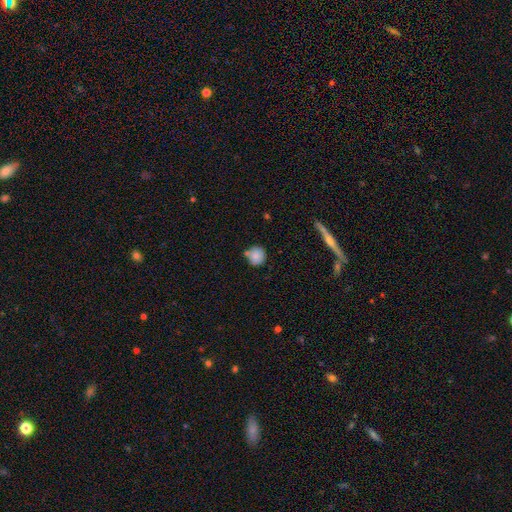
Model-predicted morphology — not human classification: smooth 81%, featured or disk 10%, star or artifact 9%. Down the decision tree: how rounded — round (88%); merging — none (63%).